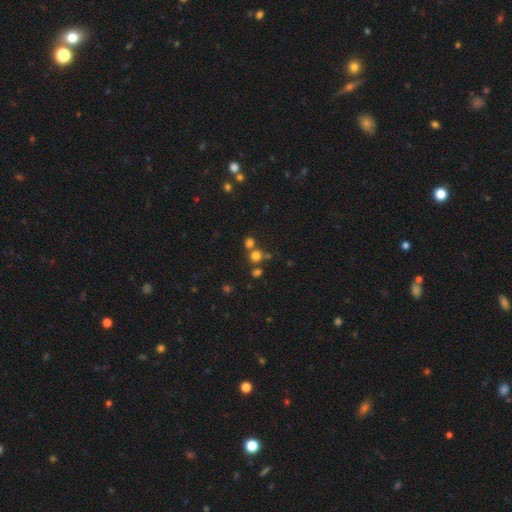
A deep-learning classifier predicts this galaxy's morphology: smooth_or_featured: smooth (p=0.69) [alt: star or artifact p=0.22]
how_rounded: round (p=0.87) [alt: in between p=0.12]
merging: none (p=0.61) [alt: merger p=0.28]